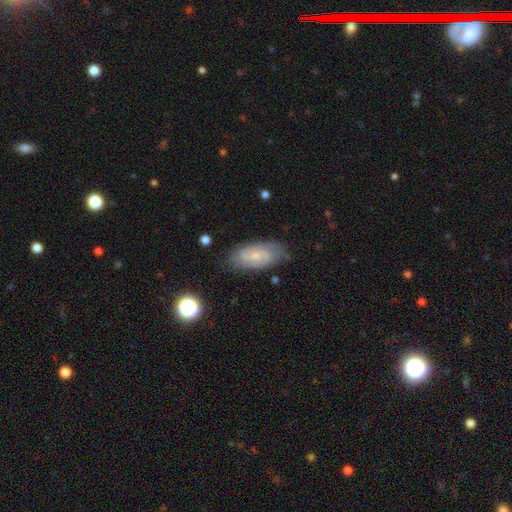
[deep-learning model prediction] Morphology: type=featured or disk (69%); edge-on=no (94%); bar=no (53%); spiral arms=yes (92%); winding=tight (48%); arm count=2 (63%); bulge=small (68%); merging=none (75%).